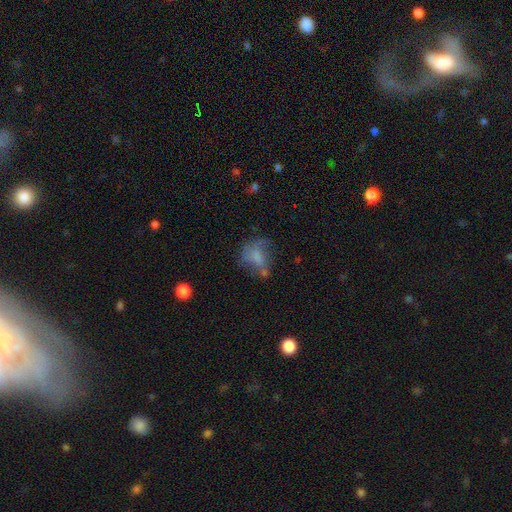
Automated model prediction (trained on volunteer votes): This is possibly a smooth galaxy (54%). How rounded: likely in between (65%). Merging: marginally none (33%).